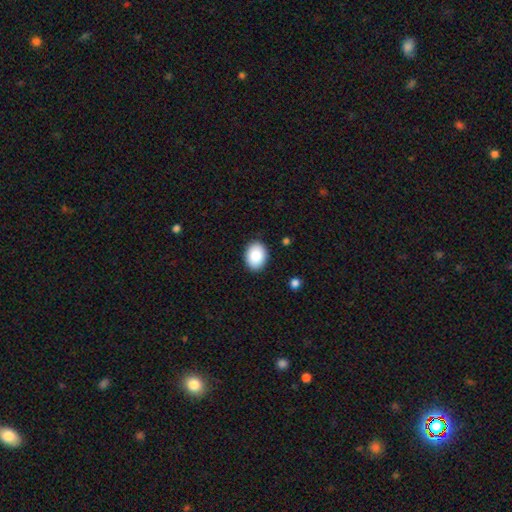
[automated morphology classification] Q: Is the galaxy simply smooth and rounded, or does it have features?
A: smooth — 88%.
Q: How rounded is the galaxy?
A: in between — 71%.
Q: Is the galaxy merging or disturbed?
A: none — 89%.